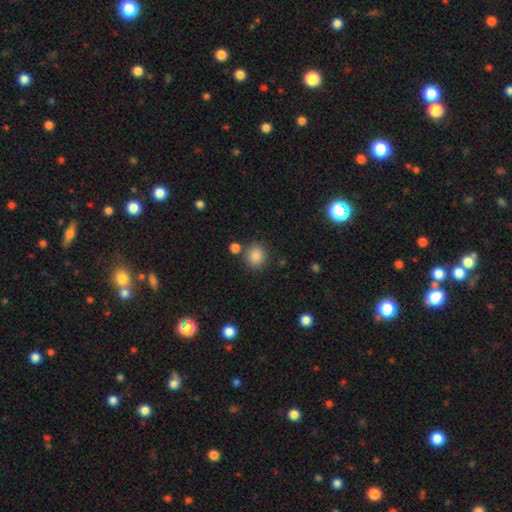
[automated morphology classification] smooth-or-featured: smooth: 86% | star or artifact: 10% | featured or disk: 4%
  how-rounded: round: 84% | in between: 15% | cigar-shaped: 1%
  merging: none: 79% | minor disturbance: 9% | merger: 8% | major disturbance: 3%